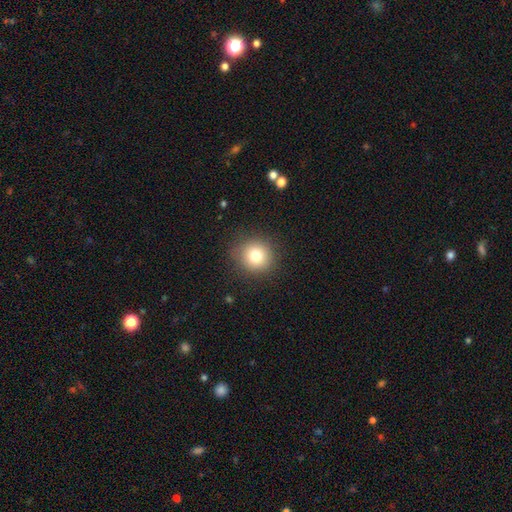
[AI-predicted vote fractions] smooth-or-featured: smooth: 79% | star or artifact: 12% | featured or disk: 9%
  how-rounded: round: 91% | in between: 8% | cigar-shaped: 1%
  merging: none: 87% | minor disturbance: 8% | major disturbance: 3% | merger: 1%